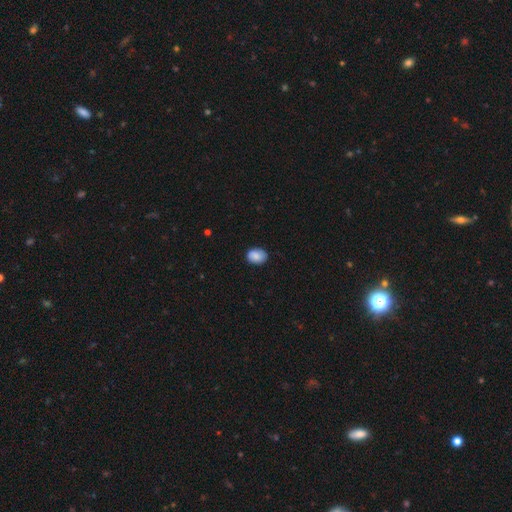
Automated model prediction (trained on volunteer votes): Smooth or featured? smooth (87%)
How rounded? in between (72%)
Merging? none (84%)